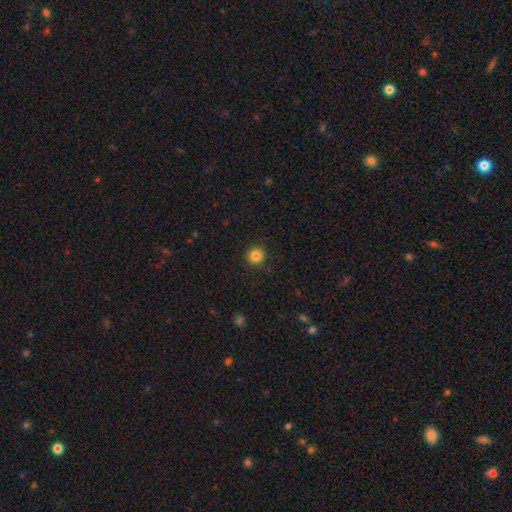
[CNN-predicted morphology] smooth 84%, star or artifact 11%, featured or disk 5%. Down the decision tree: how rounded — round (94%); merging — none (91%).